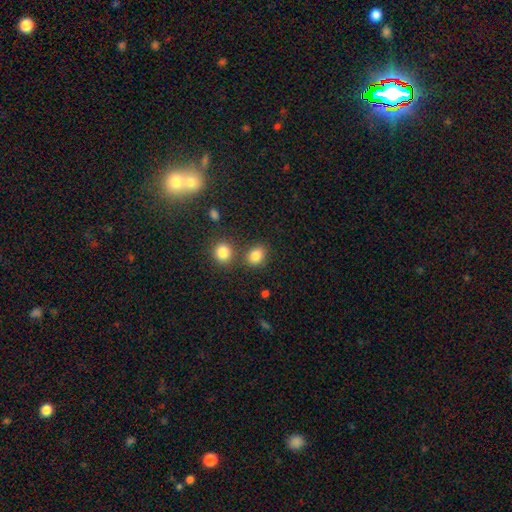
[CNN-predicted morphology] smooth 83%, star or artifact 11%, featured or disk 6%. Down the decision tree: how rounded — round (51%); merging — none (69%).